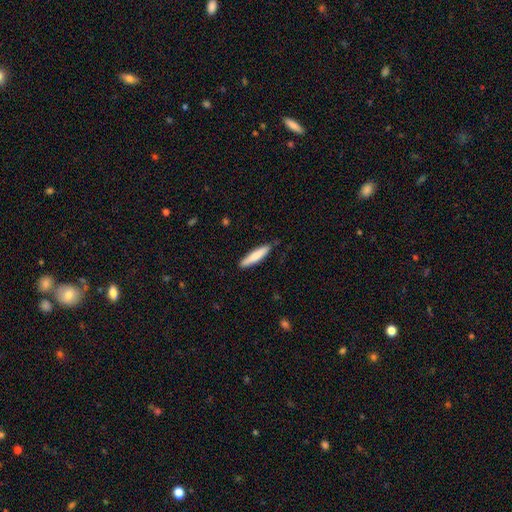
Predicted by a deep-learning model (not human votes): Smooth or featured: smooth — 78% (featured or disk — 16%)
How rounded: cigar-shaped — 86% (in between — 12%)
Merging: none — 85% (minor disturbance — 11%)